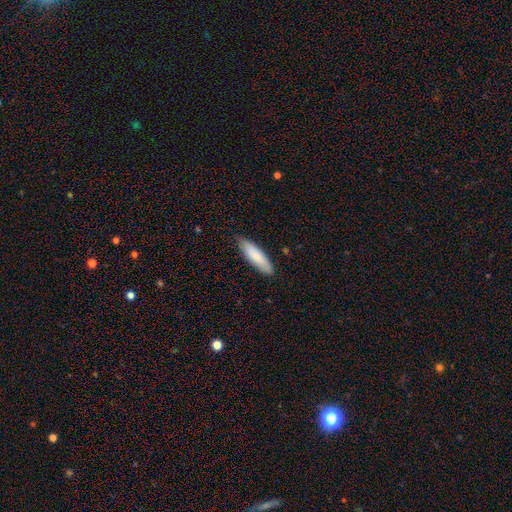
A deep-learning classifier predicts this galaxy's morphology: Q: Smooth or featured?
A: smooth (83%); runner-up: featured or disk (11%)
Q: How rounded?
A: cigar-shaped (58%); runner-up: in between (41%)
Q: Merging?
A: none (84%); runner-up: minor disturbance (13%)